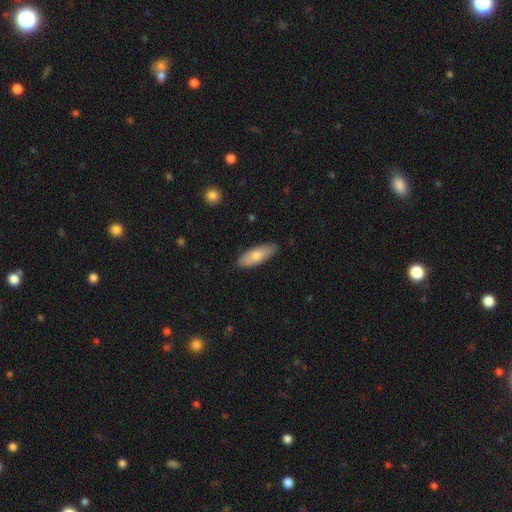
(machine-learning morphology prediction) Smooth or featured?
  - smooth: 73% *
  - featured or disk: 21%
  - star or artifact: 5%
How rounded?
  - in between: 68% *
  - cigar-shaped: 30%
  - round: 2%
Merging?
  - none: 85% *
  - minor disturbance: 12%
  - major disturbance: 2%
  - merger: 1%